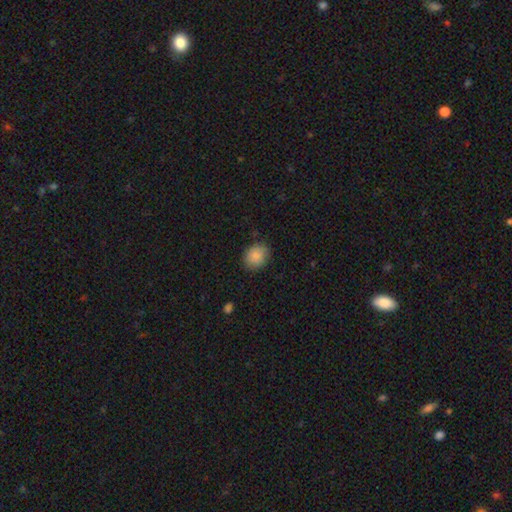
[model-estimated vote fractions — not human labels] Smooth or featured?
  - smooth: 87% *
  - star or artifact: 8%
  - featured or disk: 5%
How rounded?
  - round: 57% *
  - in between: 42%
  - cigar-shaped: 1%
Merging?
  - none: 84% *
  - minor disturbance: 12%
  - major disturbance: 3%
  - merger: 1%